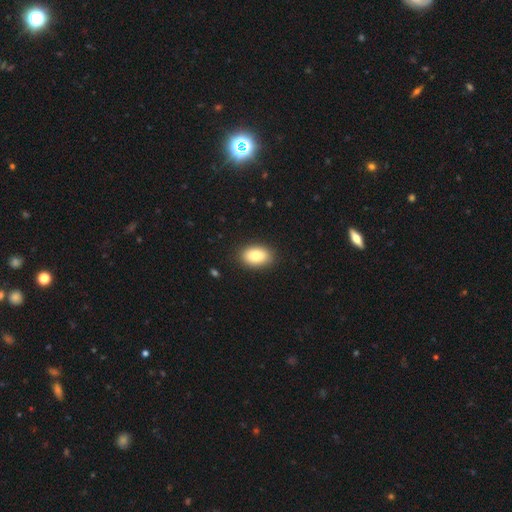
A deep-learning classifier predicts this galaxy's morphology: smooth_or_featured: smooth (p=0.82) [alt: featured or disk p=0.10]
how_rounded: in between (p=0.87) [alt: round p=0.11]
merging: none (p=0.88) [alt: minor disturbance p=0.09]